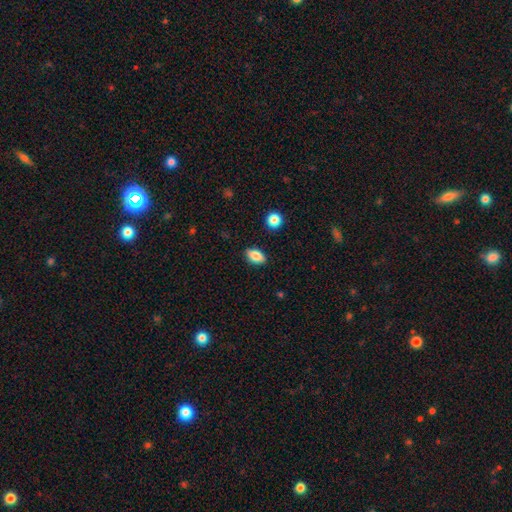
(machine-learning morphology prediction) This is clearly a smooth galaxy (85%). How rounded: clearly in between (88%). Merging: clearly none (88%).